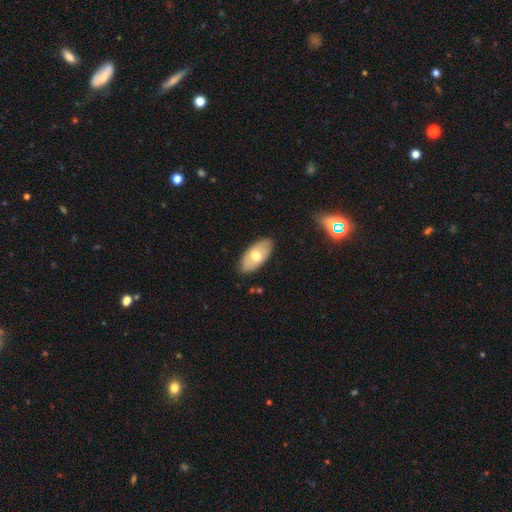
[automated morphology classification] Smooth or featured?
  - smooth: 61% *
  - featured or disk: 33%
  - star or artifact: 6%
How rounded?
  - in between: 93% *
  - cigar-shaped: 3%
  - round: 3%
Merging?
  - none: 84% *
  - minor disturbance: 13%
  - major disturbance: 2%
  - merger: 1%